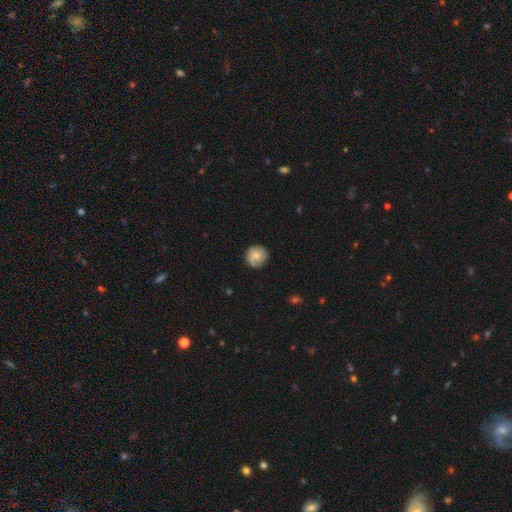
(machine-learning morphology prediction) Overall: smooth (55%; featured or disk 37%). How rounded: round (90%). Merging: none (77%).